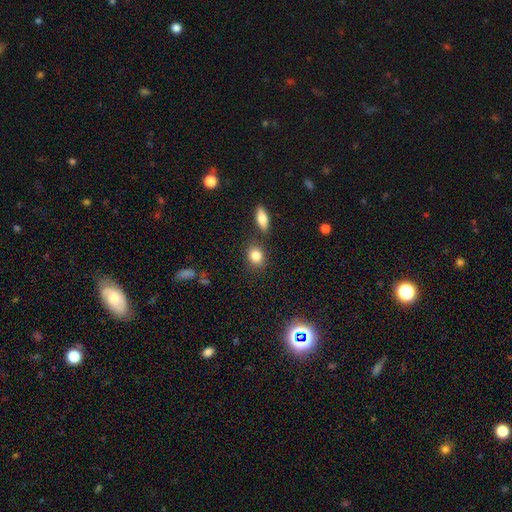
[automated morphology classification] The model was most divided on "how rounded": round: 52%, in between: 46%, cigar-shaped: 2%. More confident: smooth or featured — smooth (84%); merging — none (75%).